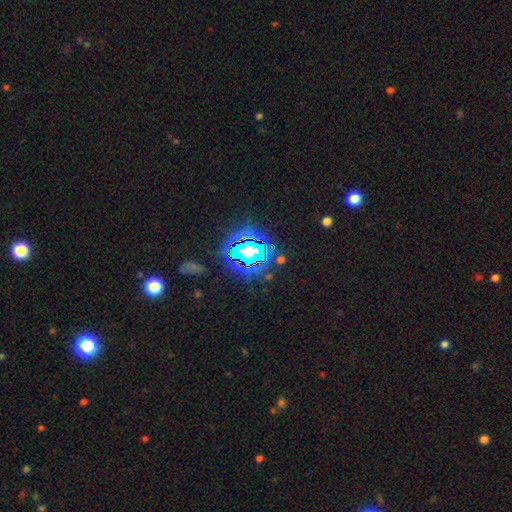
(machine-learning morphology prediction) Smooth or featured? Predicted: star or artifact (p=0.73).